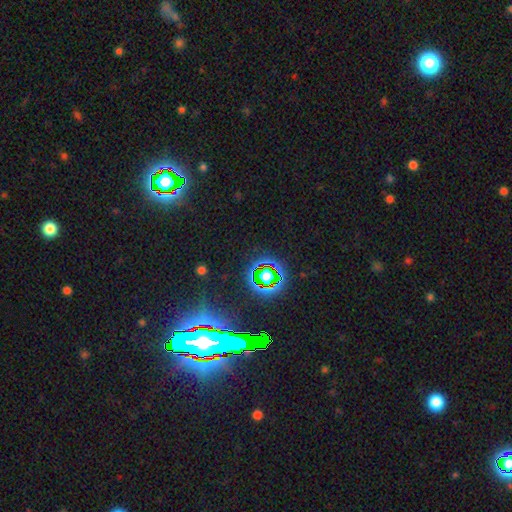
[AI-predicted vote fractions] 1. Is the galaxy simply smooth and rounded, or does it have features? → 83% star or artifact, 10% smooth, 8% featured or disk.